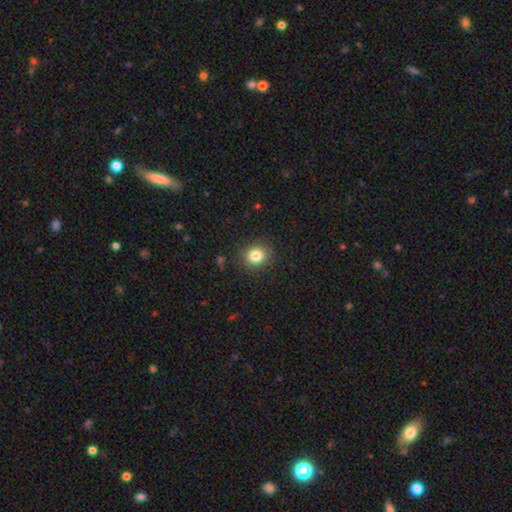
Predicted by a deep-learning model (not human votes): smooth_or_featured: smooth (p=0.83) [alt: star or artifact p=0.11]
how_rounded: round (p=0.81) [alt: in between p=0.18]
merging: none (p=0.89) [alt: minor disturbance p=0.07]